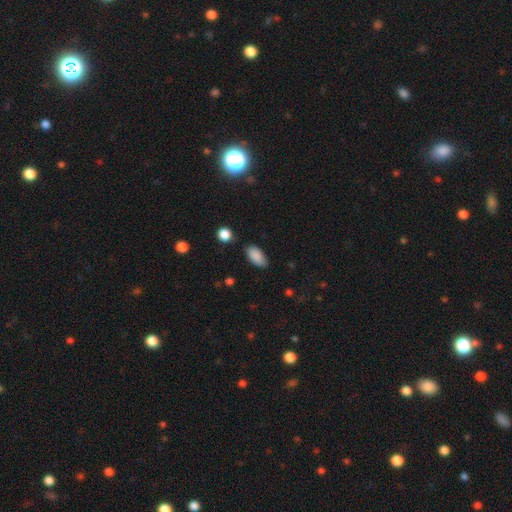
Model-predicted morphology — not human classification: Overall: smooth (88%). How rounded: in between (93%). Merging: none (77%).